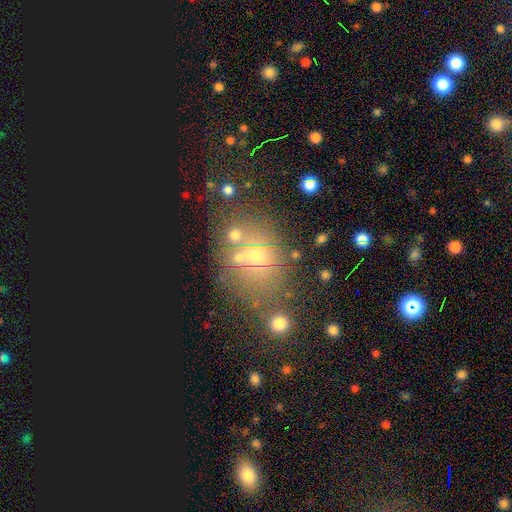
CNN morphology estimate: type=star or artifact (37%).